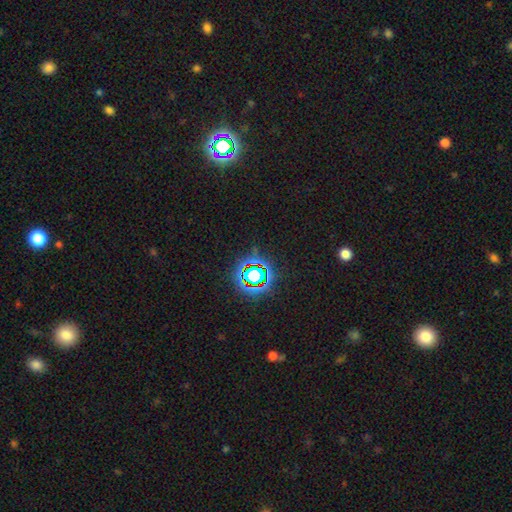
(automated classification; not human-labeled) smooth-or-featured: star or artifact: 78% | smooth: 14% | featured or disk: 8%